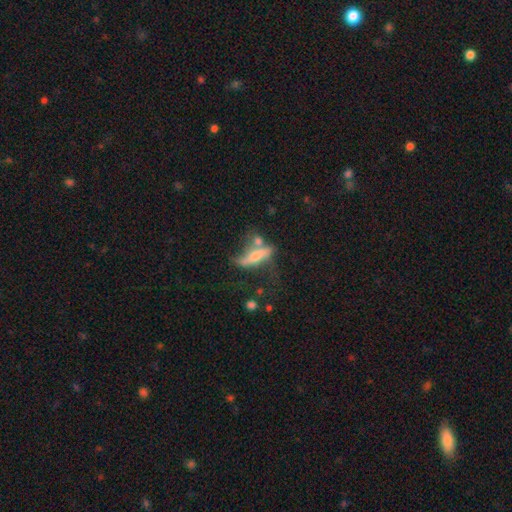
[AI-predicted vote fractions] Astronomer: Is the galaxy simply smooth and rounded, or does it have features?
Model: featured or disk — 61%.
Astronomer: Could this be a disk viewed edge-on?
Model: yes — 60% (runner-up: no, 40%).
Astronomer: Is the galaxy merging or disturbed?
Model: none — 39% (runner-up: merger, 23%).